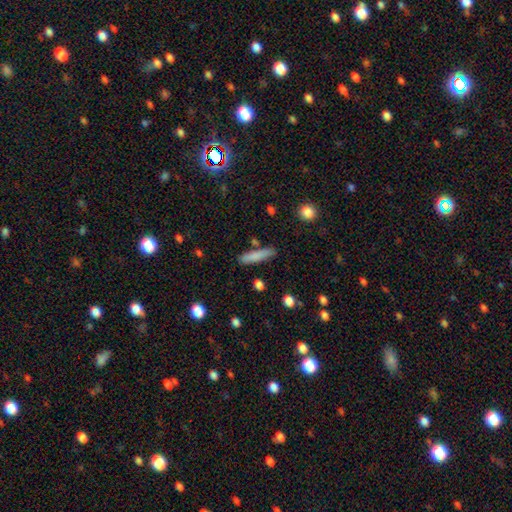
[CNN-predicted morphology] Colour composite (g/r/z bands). It shows a smooth galaxy with no disk features (81%) that is cigar-shaped (85%). Merging: none (81%).